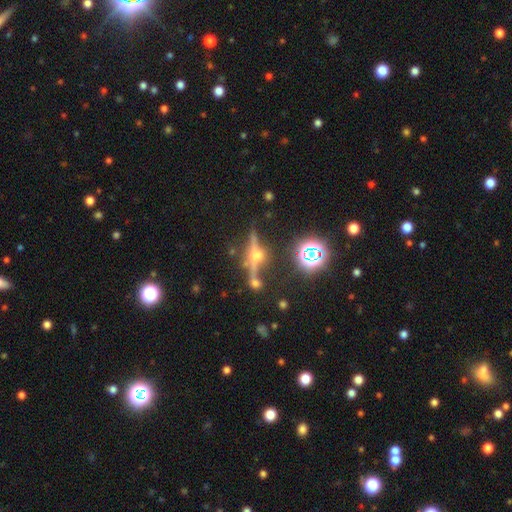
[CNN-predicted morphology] This is likely a featured or disk galaxy (70%). It is clearly viewed edge-on (92%). Edge-on bulge: clearly rounded (92%). Merging: likely none (75%).